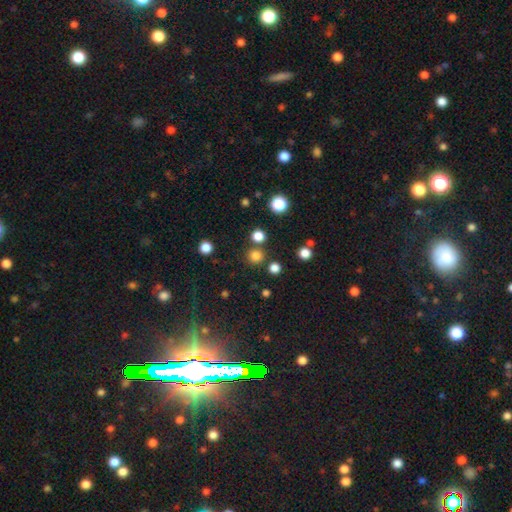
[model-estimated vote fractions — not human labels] This is likely a smooth galaxy (80%). How rounded: clearly round (94%). Merging: clearly none (83%).